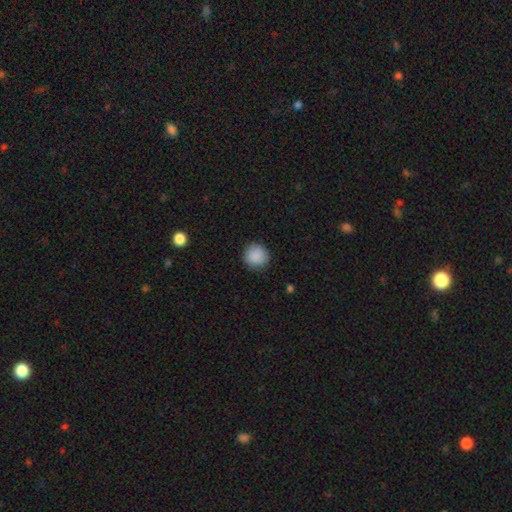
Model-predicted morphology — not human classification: smooth_or_featured: smooth (p=0.89) [alt: star or artifact p=0.08]
how_rounded: round (p=0.93) [alt: in between p=0.06]
merging: none (p=0.89) [alt: minor disturbance p=0.08]